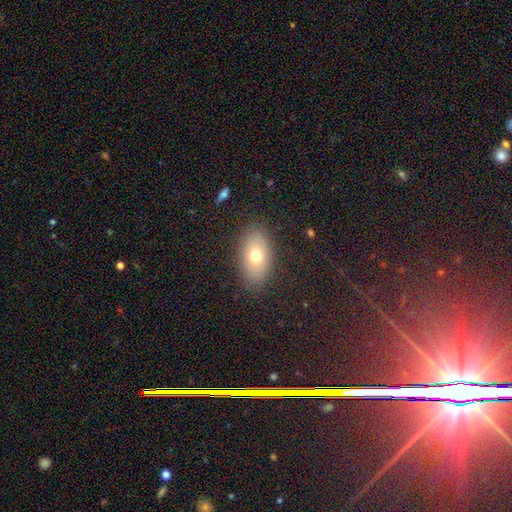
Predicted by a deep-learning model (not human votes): This is likely a smooth galaxy (70%). How rounded: clearly in between (89%). Merging: clearly none (85%).